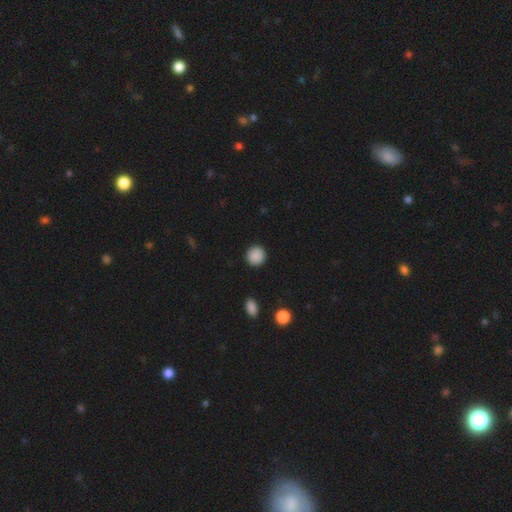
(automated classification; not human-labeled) Smooth or featured? Predicted: smooth (p=0.89). How rounded? Predicted: round (p=0.93). Merging? Predicted: none (p=0.92).